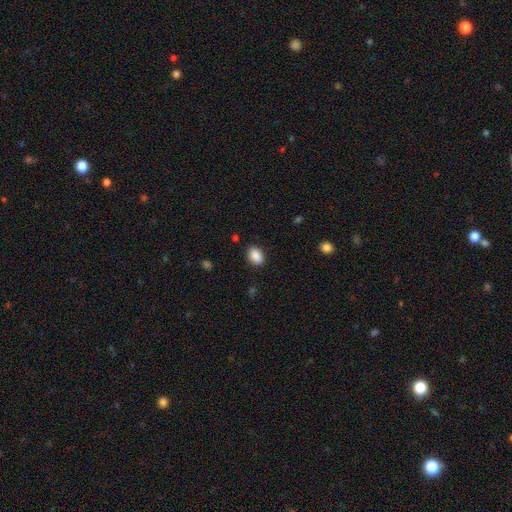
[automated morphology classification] Smooth or featured?
  - smooth: 89% *
  - star or artifact: 8%
  - featured or disk: 3%
How rounded?
  - in between: 83% *
  - round: 16%
  - cigar-shaped: 1%
Merging?
  - none: 87% *
  - minor disturbance: 9%
  - major disturbance: 2%
  - merger: 1%